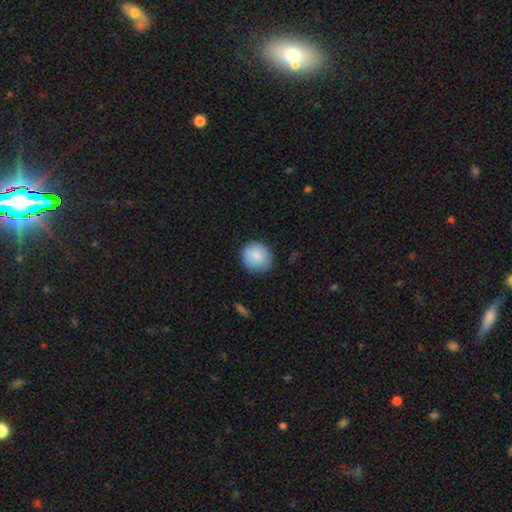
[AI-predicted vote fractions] Smooth or featured? smooth (87%)
How rounded? round (89%)
Merging? none (84%)